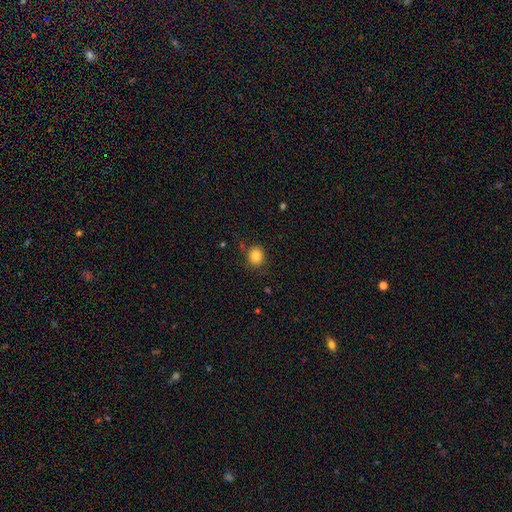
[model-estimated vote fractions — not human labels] This is clearly a smooth galaxy (84%). How rounded: likely round (76%). Merging: clearly none (81%).